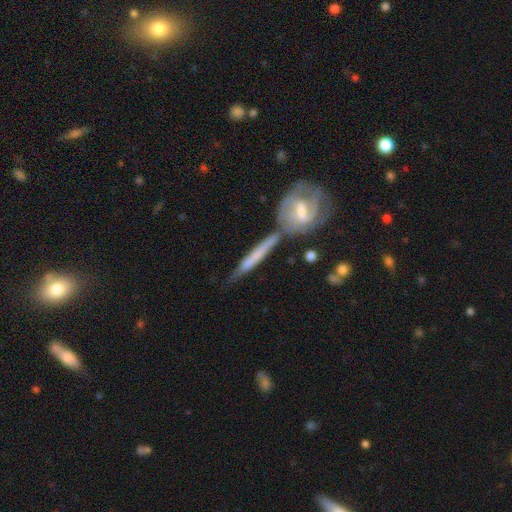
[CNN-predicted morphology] The model was most divided on "smooth or featured": featured or disk: 55%, smooth: 38%, star or artifact: 6%. More confident: edge-on disk — yes (70%); merging — none (56%).